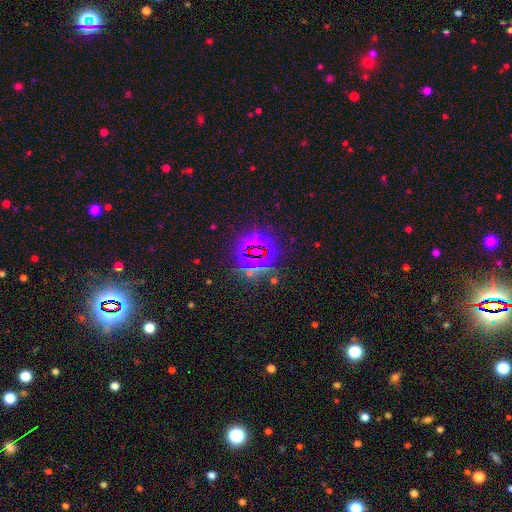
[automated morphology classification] The model was most divided on "smooth or featured": star or artifact: 77%, smooth: 14%, featured or disk: 9%.